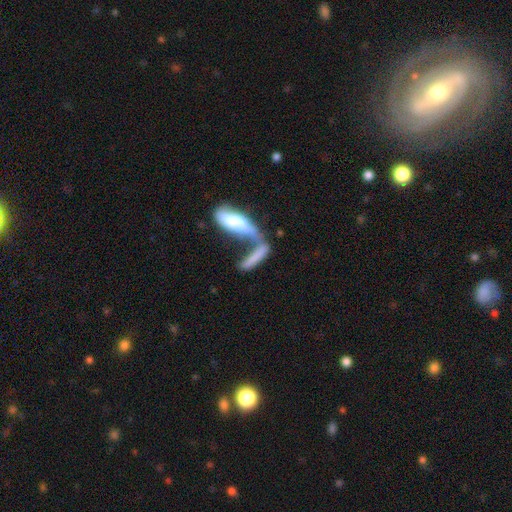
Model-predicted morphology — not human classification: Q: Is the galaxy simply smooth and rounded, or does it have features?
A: smooth — 65%.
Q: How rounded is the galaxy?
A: cigar-shaped — 68%.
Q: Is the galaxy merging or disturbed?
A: merger — 64%.